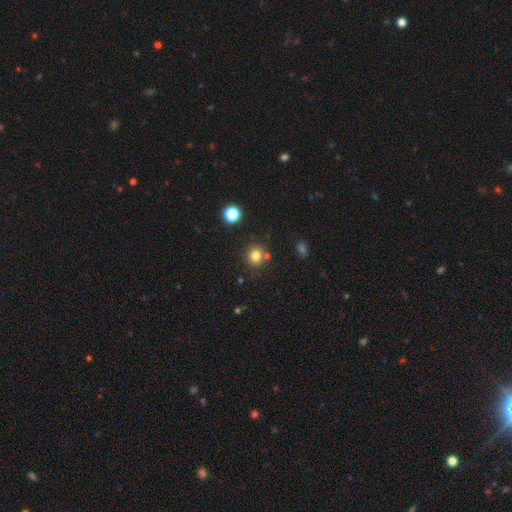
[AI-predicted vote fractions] Smooth or featured? Predicted: smooth (p=0.80). How rounded? Predicted: round (p=0.86). Merging? Predicted: none (p=0.78).